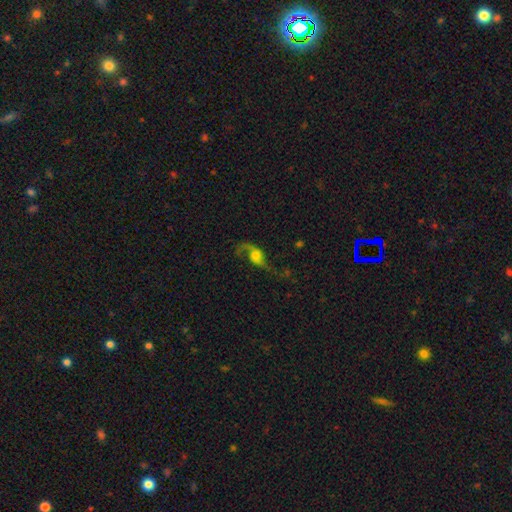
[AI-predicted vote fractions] Overall: featured or disk (76%). Edge-on disk: no (94%). Bar: no (62%; weak 30%). Spiral arms: yes (92%). Spiral arm count: 2 (85%). Spiral winding: loose (87%). Bulge size: moderate (26%; large 25%). Merging: none (52%; major disturbance 27%).